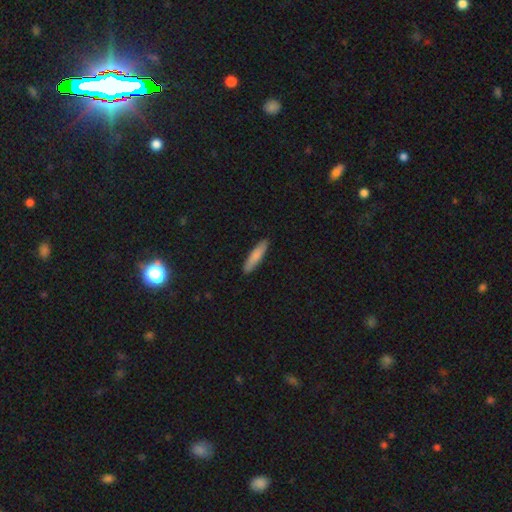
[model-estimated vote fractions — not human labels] smooth 83%, featured or disk 12%, star or artifact 5%. Down the decision tree: how rounded — cigar-shaped (81%); merging — none (90%).